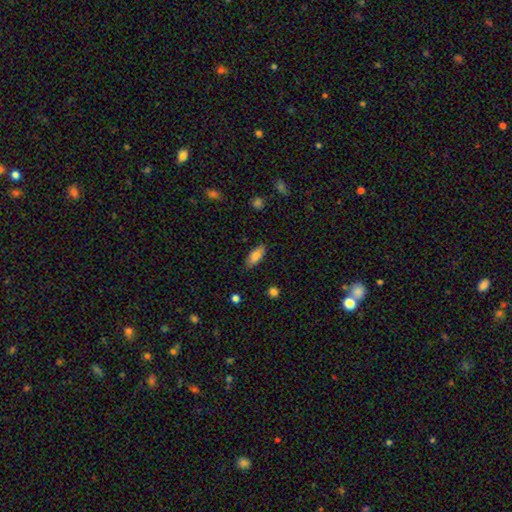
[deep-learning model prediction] Smooth or featured? Predicted: smooth (p=0.79). How rounded? Predicted: in between (p=0.77). Merging? Predicted: none (p=0.84).